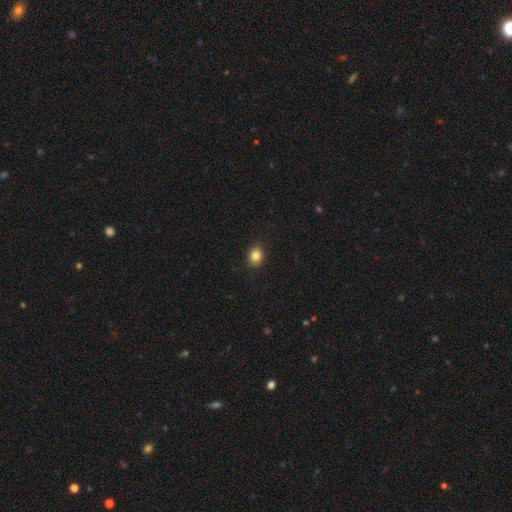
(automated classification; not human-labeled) smooth_or_featured: smooth (p=0.84) [alt: star or artifact p=0.10]
how_rounded: round (p=0.55) [alt: in between p=0.45]
merging: none (p=0.90) [alt: minor disturbance p=0.07]